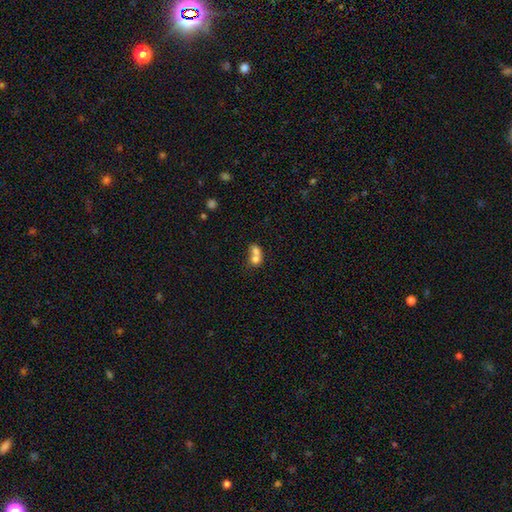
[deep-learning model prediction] Smooth or featured?
  - smooth: 71% *
  - featured or disk: 19%
  - star or artifact: 10%
How rounded?
  - round: 59% *
  - in between: 40%
  - cigar-shaped: 1%
Merging?
  - merger: 75% *
  - none: 18%
  - minor disturbance: 5%
  - major disturbance: 3%